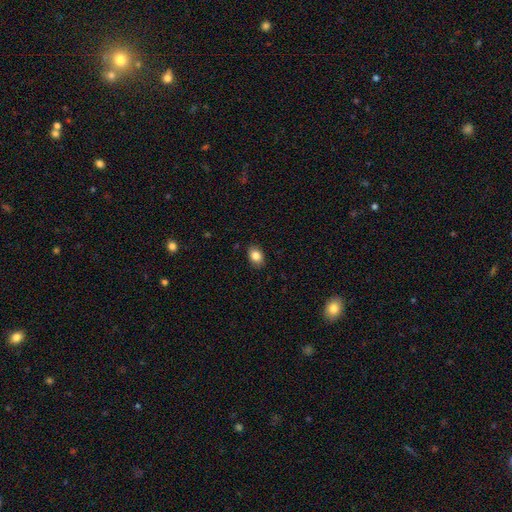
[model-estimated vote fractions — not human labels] Morphology: type=smooth (85%); roundness=in between (78%); merging=none (87%).